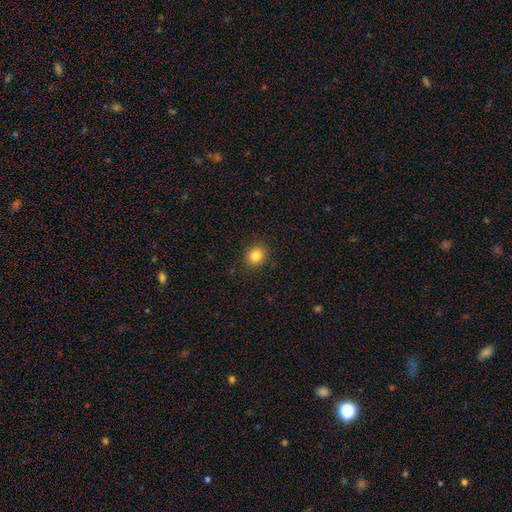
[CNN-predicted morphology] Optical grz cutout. It shows a smooth galaxy with no disk features (84%) that is round (73%). Merging: none (90%).